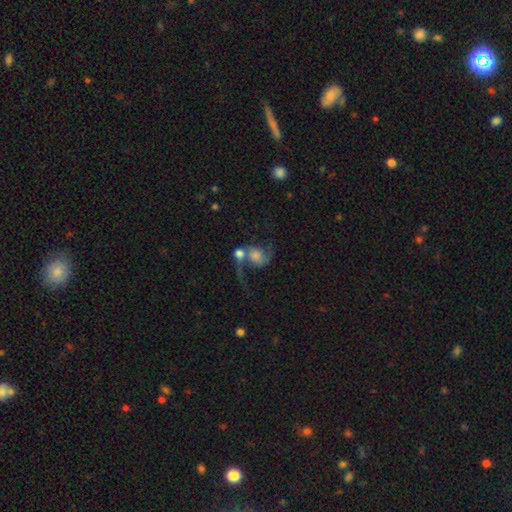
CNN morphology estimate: Overall: featured or disk (71%). Edge-on disk: no (97%). Bar: no (70%). Spiral arms: yes (93%). Spiral arm count: 2 (86%). Spiral winding: loose (73%). Bulge size: moderate (27%; large 24%). Merging: merger (49%; none 27%).